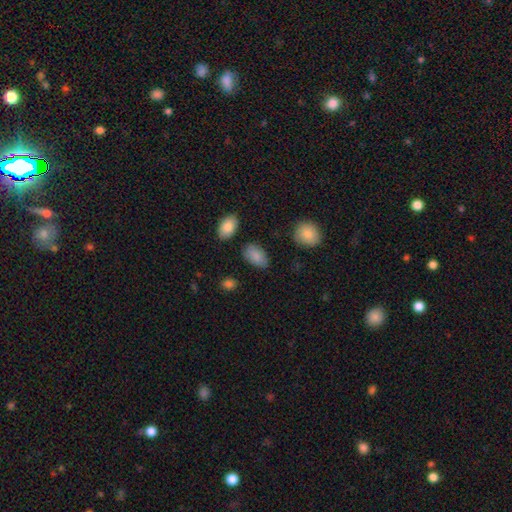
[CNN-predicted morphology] type=smooth (86%); roundness=in between (92%); merging=none (78%).